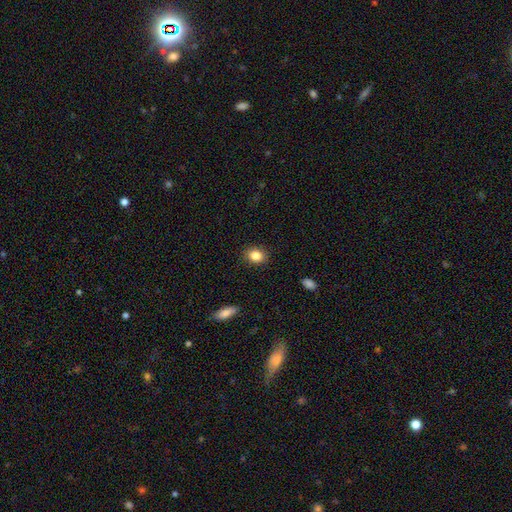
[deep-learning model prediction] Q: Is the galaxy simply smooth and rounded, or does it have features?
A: smooth — 85%.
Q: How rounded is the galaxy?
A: round — 52%.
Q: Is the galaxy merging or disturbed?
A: none — 88%.